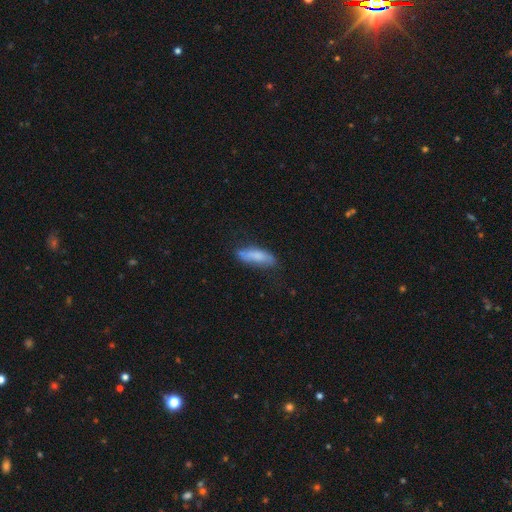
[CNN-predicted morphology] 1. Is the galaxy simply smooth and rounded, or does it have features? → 72% smooth, 21% featured or disk, 7% star or artifact.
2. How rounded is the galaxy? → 51% cigar-shaped, 47% in between, 2% round.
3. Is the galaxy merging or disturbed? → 60% none, 27% minor disturbance, 8% major disturbance, 4% merger.